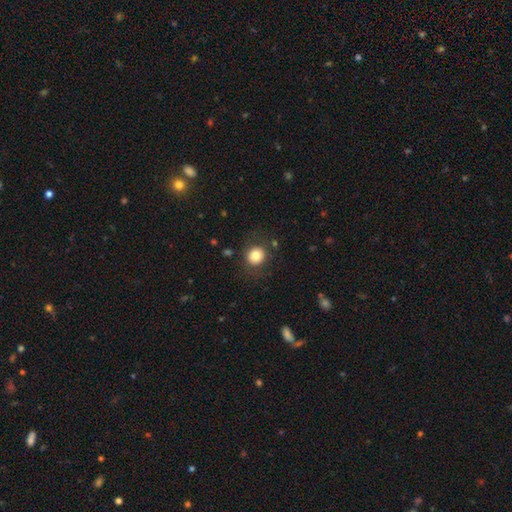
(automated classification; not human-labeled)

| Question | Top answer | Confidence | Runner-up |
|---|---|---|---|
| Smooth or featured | smooth | 81% | star or artifact (11%) |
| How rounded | round | 86% | in between (13%) |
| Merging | none | 84% | minor disturbance (10%) |